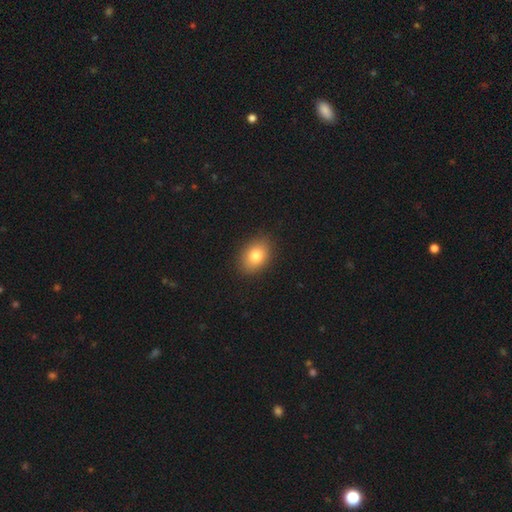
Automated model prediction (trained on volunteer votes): A smooth galaxy with no disk features (81%) that is in between round and cigar-shaped (75%).

Vote fractions:
- Smooth or featured? smooth: 81% / featured or disk: 10% / star or artifact: 9%
- How rounded? in between: 75% / round: 24% / cigar-shaped: 1%
- Merging? none: 88% / minor disturbance: 9% / major disturbance: 2% / merger: 1%